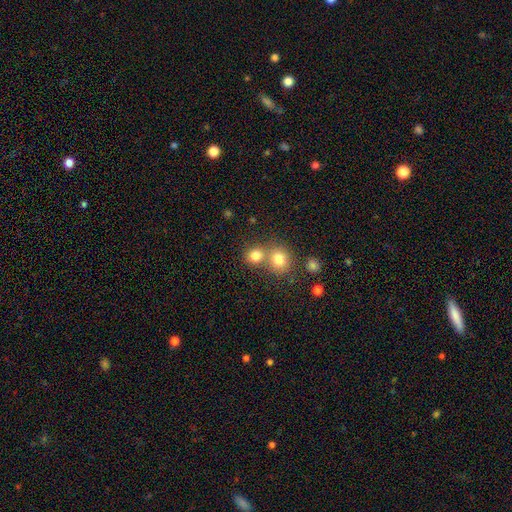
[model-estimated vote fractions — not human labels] smooth_or_featured: smooth (p=0.80) [alt: star or artifact p=0.13]
how_rounded: round (p=0.81) [alt: in between p=0.18]
merging: none (p=0.50) [alt: merger p=0.40]